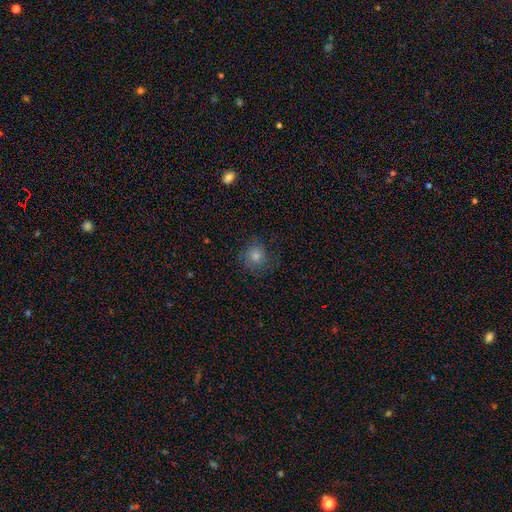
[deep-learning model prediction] Smooth or featured? smooth (58%)
How rounded? round (88%)
Merging? none (76%)